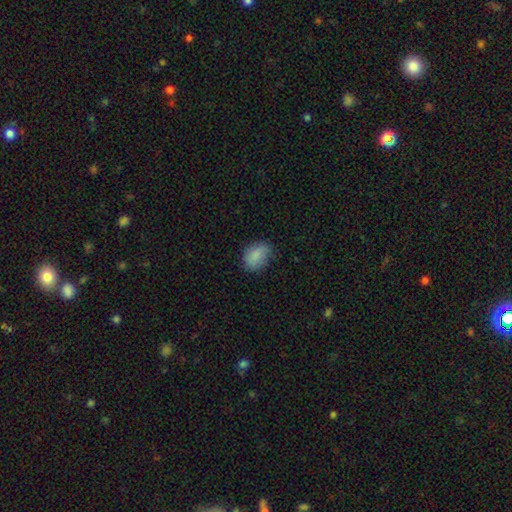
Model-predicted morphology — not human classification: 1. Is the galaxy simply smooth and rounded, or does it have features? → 86% smooth, 8% star or artifact, 6% featured or disk.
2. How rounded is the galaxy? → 75% in between, 24% round, 1% cigar-shaped.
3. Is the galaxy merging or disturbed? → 71% none, 23% minor disturbance, 5% major disturbance, 1% merger.